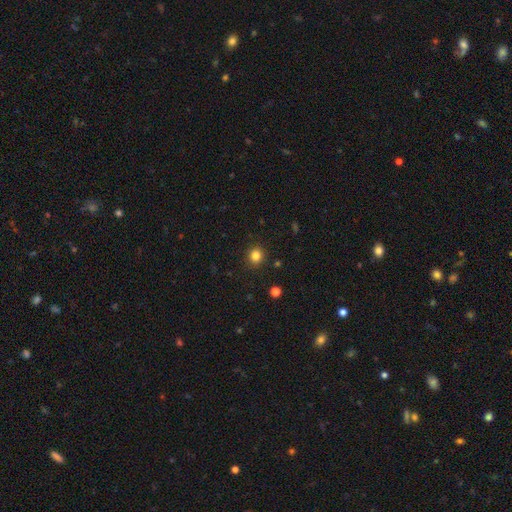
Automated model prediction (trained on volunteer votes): Q: Smooth or featured?
A: smooth (83%); runner-up: star or artifact (13%)
Q: How rounded?
A: round (89%); runner-up: in between (10%)
Q: Merging?
A: none (91%); runner-up: minor disturbance (6%)